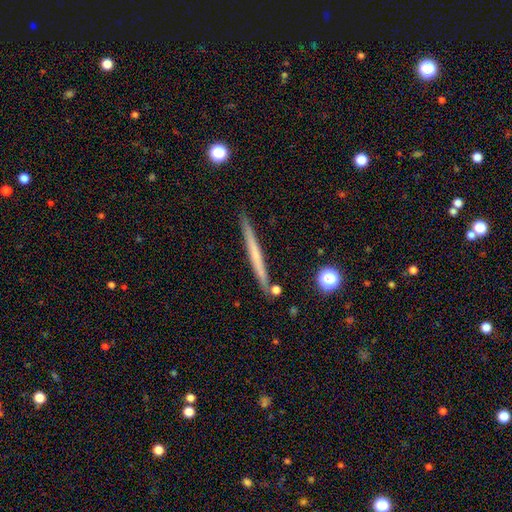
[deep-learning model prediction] featured or disk 49%, smooth 45%, star or artifact 6%. Down the decision tree: merging — none (88%).